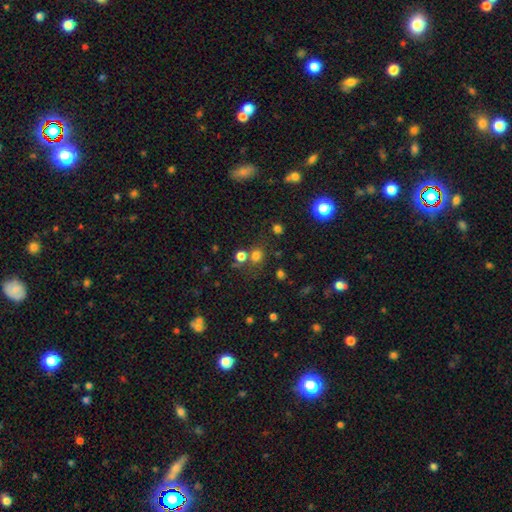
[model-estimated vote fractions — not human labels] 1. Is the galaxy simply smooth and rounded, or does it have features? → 71% smooth, 22% star or artifact, 7% featured or disk.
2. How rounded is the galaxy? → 75% round, 23% in between, 1% cigar-shaped.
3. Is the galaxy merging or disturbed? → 63% none, 22% merger, 10% minor disturbance, 5% major disturbance.